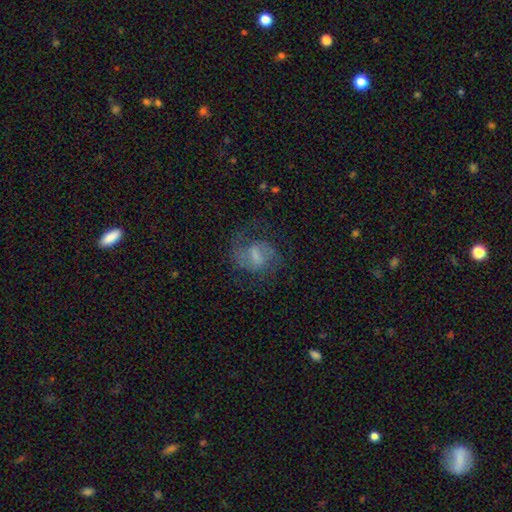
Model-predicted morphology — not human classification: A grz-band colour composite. It shows a featured or disk galaxy (72%) with a weak bar (56%), 2 (82%) medium (54%) spiral arms (90%) and a small central bulge (37%). Merging: none (64%).